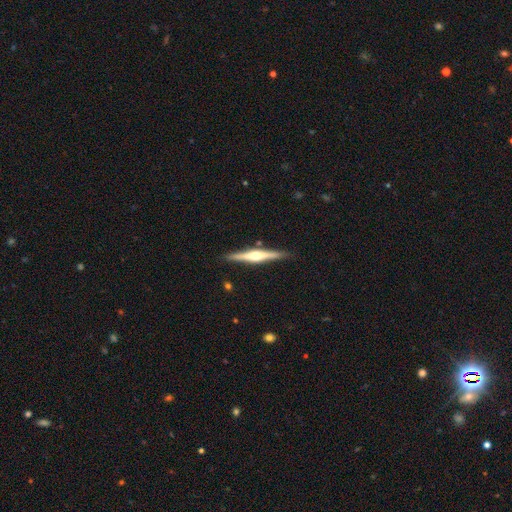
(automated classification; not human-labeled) This is likely a featured or disk galaxy (76%). It is clearly viewed edge-on (98%). Edge-on bulge: clearly rounded (90%). Merging: clearly none (89%).